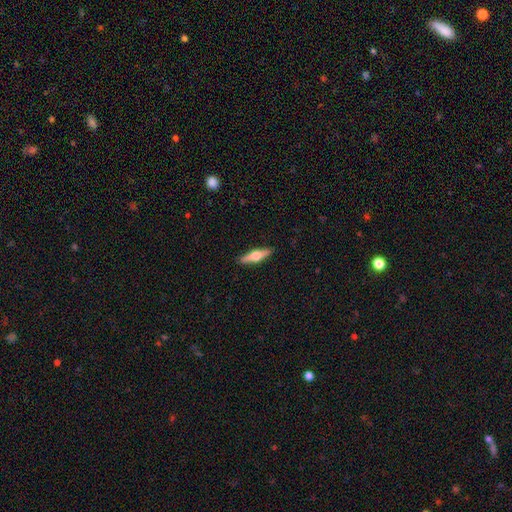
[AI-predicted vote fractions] This is possibly a featured or disk galaxy (57%). It is clearly viewed edge-on (96%). Edge-on bulge: clearly rounded (94%). Merging: clearly none (90%).